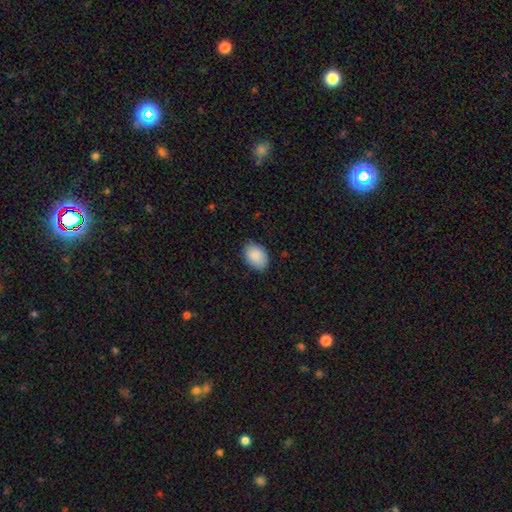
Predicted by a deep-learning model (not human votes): Morphology: type=smooth (90%); roundness=in between (86%); merging=none (85%).